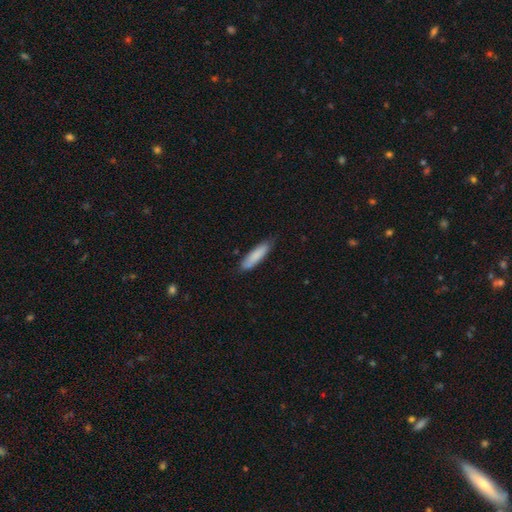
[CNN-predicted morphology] Q: Smooth or featured?
A: smooth (84%); runner-up: featured or disk (11%)
Q: How rounded?
A: cigar-shaped (67%); runner-up: in between (32%)
Q: Merging?
A: none (76%); runner-up: minor disturbance (20%)